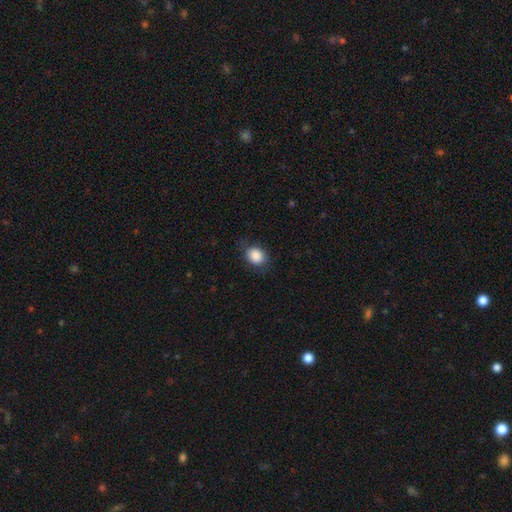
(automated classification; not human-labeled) Overall: smooth (87%). How rounded: round (50%; in between 49%). Merging: none (76%).